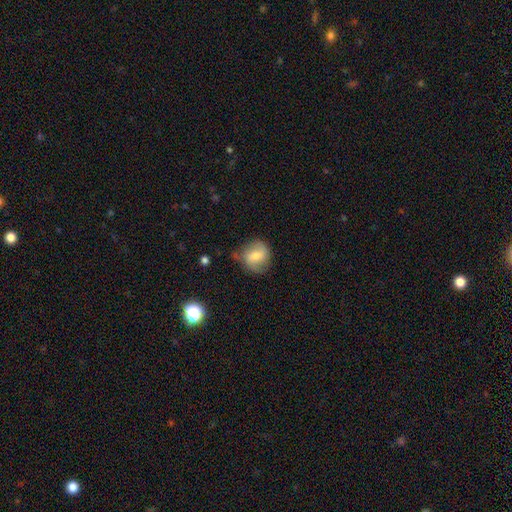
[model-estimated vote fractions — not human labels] This is possibly a smooth galaxy (57%). How rounded: likely round (78%). Merging: likely none (65%).